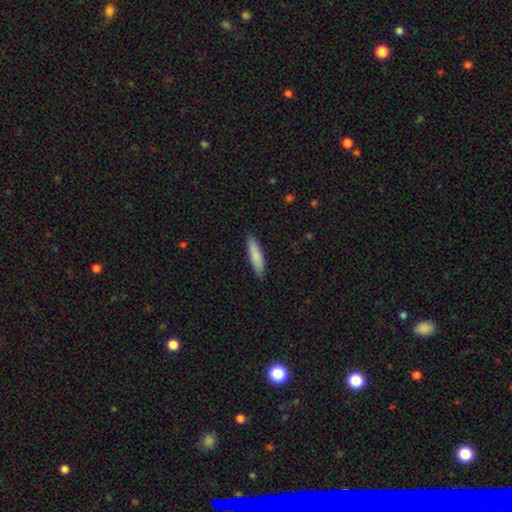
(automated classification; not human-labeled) Smooth or featured? Predicted: smooth (p=0.81). How rounded? Predicted: cigar-shaped (p=0.76). Merging? Predicted: none (p=0.87).